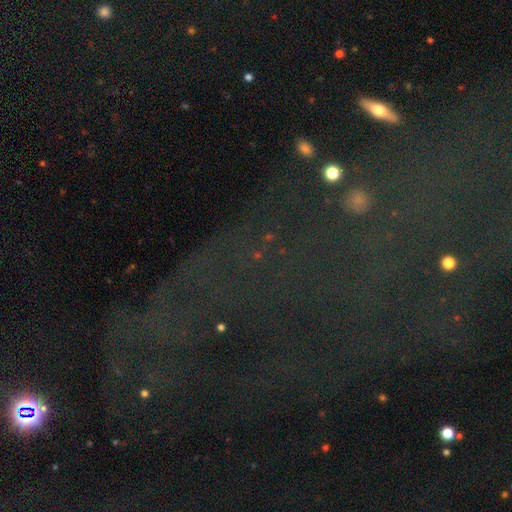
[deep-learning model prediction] Q: Smooth or featured?
A: star or artifact (76%); runner-up: smooth (12%)